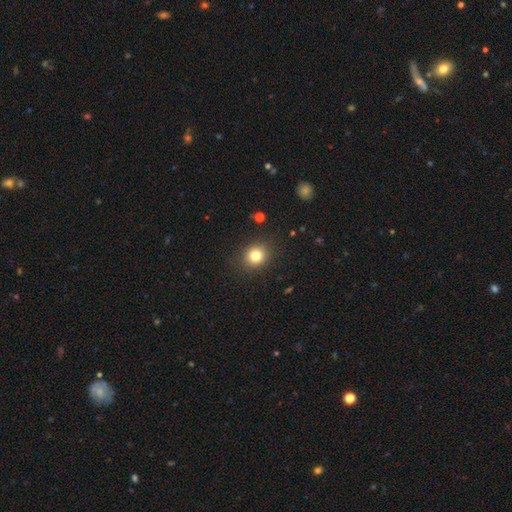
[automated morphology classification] The model was most divided on "how rounded": round: 78%, in between: 21%, cigar-shaped: 1%. More confident: merging — none (87%); smooth or featured — smooth (80%).